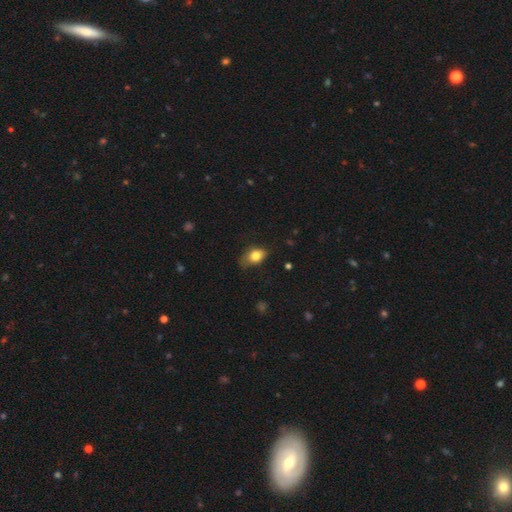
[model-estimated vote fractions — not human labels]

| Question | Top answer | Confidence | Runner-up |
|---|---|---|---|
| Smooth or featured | smooth | 81% | featured or disk (11%) |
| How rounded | in between | 78% | round (20%) |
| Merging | none | 53% | minor disturbance (35%) |